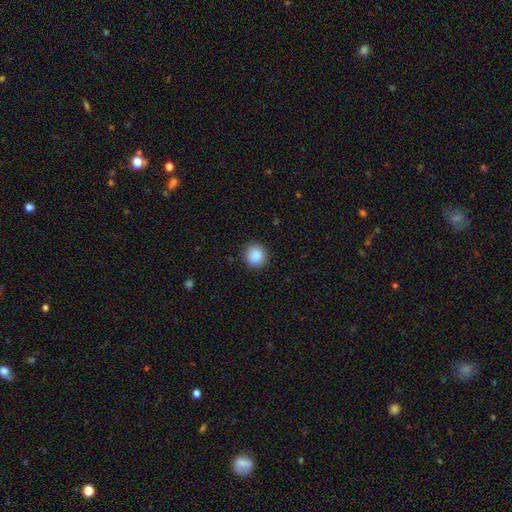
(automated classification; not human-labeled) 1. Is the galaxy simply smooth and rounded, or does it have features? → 88% smooth, 9% star or artifact, 3% featured or disk.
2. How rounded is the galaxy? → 90% round, 9% in between, 1% cigar-shaped.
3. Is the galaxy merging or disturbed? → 91% none, 6% minor disturbance, 2% major disturbance, 1% merger.